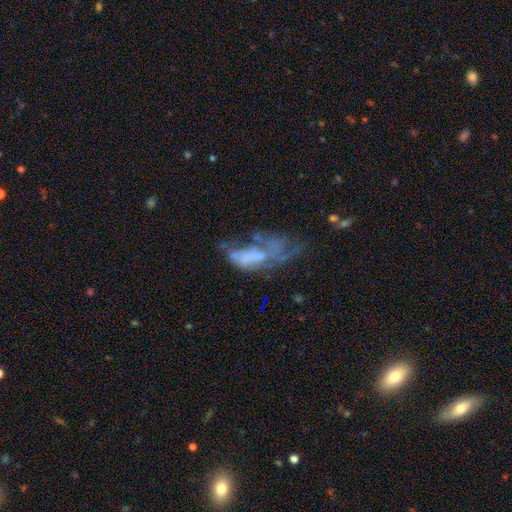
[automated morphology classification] smooth-or-featured: featured or disk: 57% | smooth: 27% | star or artifact: 16%
  disk-edge-on: no: 92% | yes: 8%
    bar: no: 80% | weak: 15% | strong: 5%
    has-spiral-arms: no: 76% | yes: 24%
    bulge-size: none: 56% | small: 23% | moderate: 15% | large: 4% | dominant: 2%
  merging: major disturbance: 42% | none: 24% | minor disturbance: 17% | merger: 17%